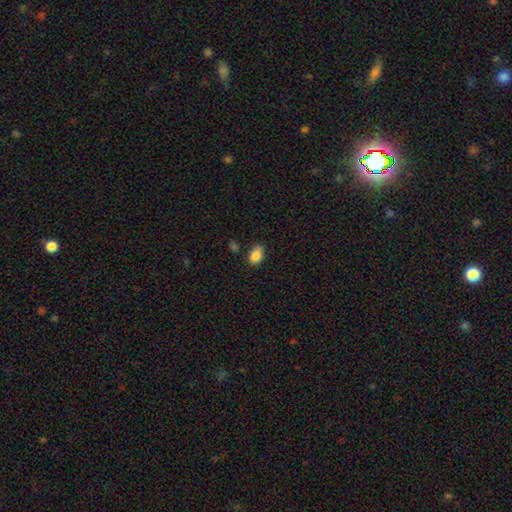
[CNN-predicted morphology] Smooth or featured: smooth — 85% (star or artifact — 9%)
How rounded: in between — 81% (round — 17%)
Merging: none — 67% (minor disturbance — 25%)